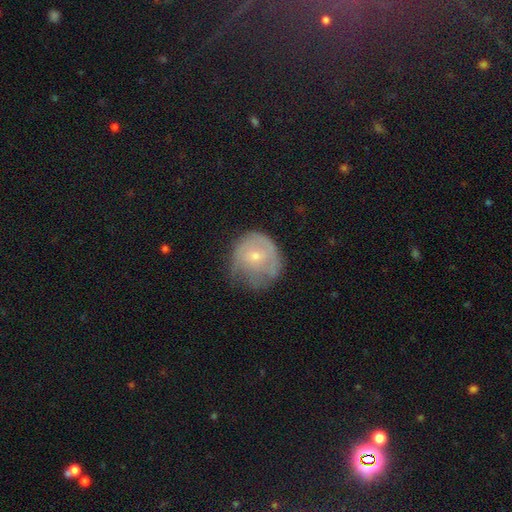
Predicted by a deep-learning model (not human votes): Smooth or featured?
  - smooth: 48% *
  - featured or disk: 44%
  - star or artifact: 8%
Merging?
  - none: 42% *
  - minor disturbance: 35%
  - major disturbance: 21%
  - merger: 2%